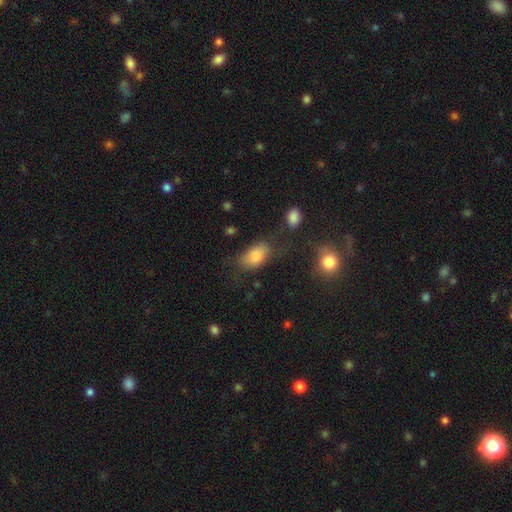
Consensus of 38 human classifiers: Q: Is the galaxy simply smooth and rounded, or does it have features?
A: smooth — 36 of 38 (95%).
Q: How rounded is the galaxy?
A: in between — 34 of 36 (94%).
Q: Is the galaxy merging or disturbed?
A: none — 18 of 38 (47%).